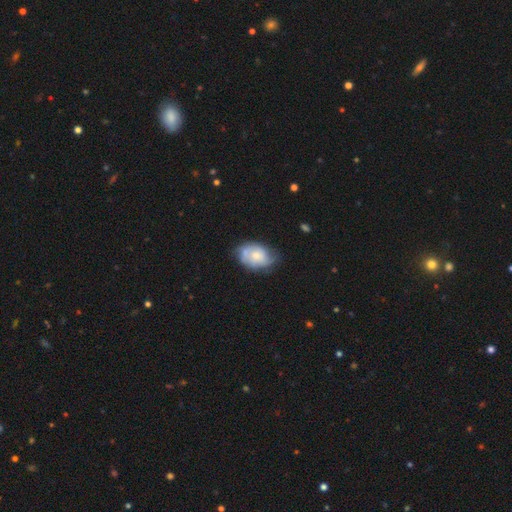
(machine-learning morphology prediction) Smooth or featured?
  - featured or disk: 47% *
  - smooth: 46%
  - star or artifact: 7%
Merging?
  - none: 48% *
  - minor disturbance: 32%
  - major disturbance: 11%
  - merger: 9%